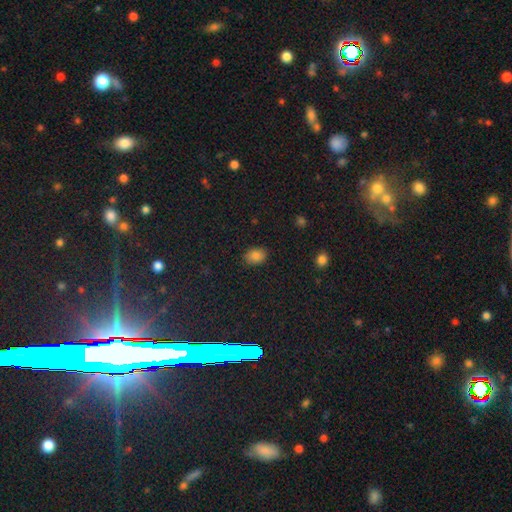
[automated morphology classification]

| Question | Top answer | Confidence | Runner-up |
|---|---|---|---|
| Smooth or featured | smooth | 84% | star or artifact (10%) |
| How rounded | in between | 75% | round (24%) |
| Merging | none | 85% | minor disturbance (11%) |